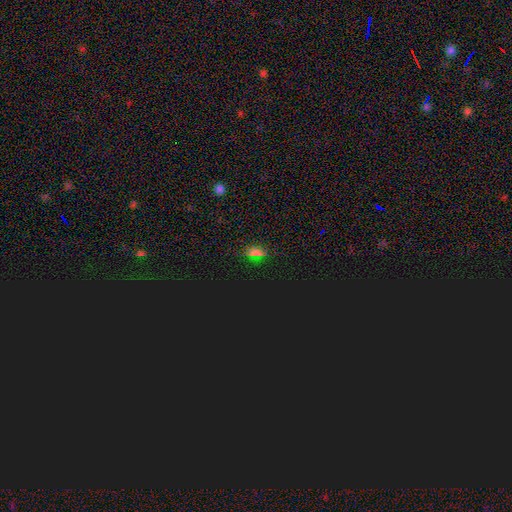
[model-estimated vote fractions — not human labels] Morphology: type=star or artifact (54%).